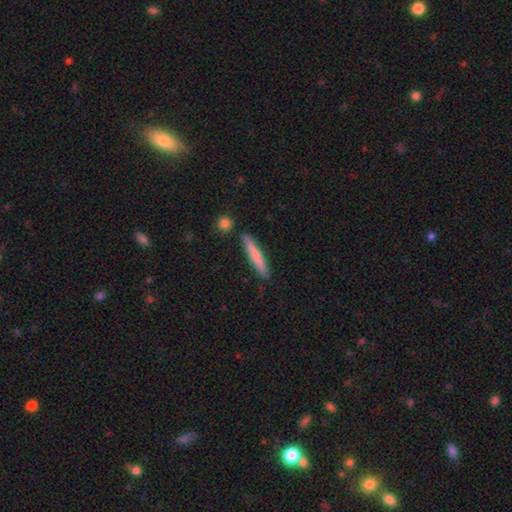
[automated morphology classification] smooth_or_featured: smooth (p=0.73) [alt: featured or disk p=0.22]
how_rounded: cigar-shaped (p=0.93) [alt: in between p=0.05]
merging: none (p=0.84) [alt: minor disturbance p=0.10]